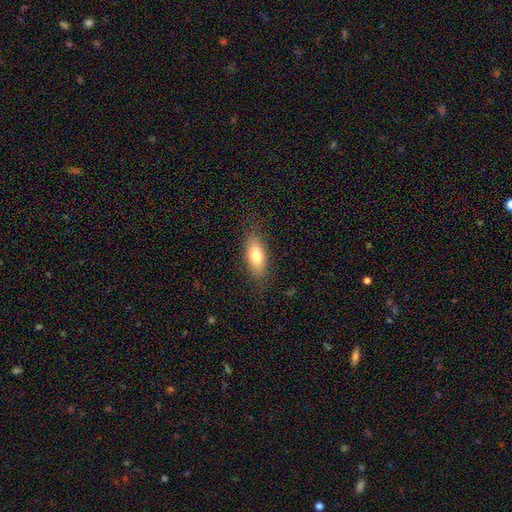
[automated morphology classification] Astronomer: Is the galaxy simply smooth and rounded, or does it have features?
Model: smooth — 76%.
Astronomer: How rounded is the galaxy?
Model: in between — 82%.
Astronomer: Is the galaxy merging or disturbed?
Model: none — 84%.